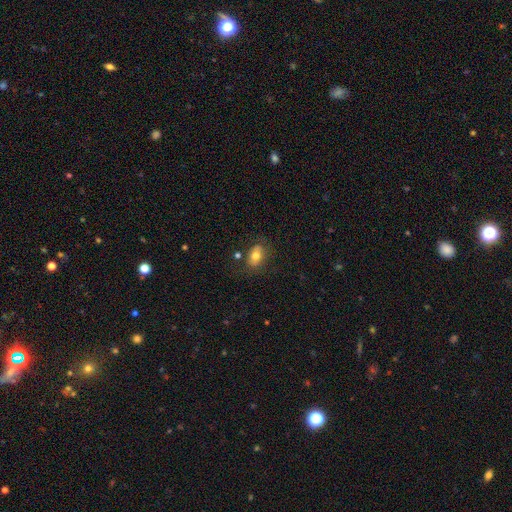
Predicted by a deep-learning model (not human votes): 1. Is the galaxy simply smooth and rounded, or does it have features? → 71% smooth, 20% featured or disk, 9% star or artifact.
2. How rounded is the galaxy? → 78% in between, 20% round, 2% cigar-shaped.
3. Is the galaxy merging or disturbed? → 71% none, 18% minor disturbance, 7% major disturbance, 5% merger.